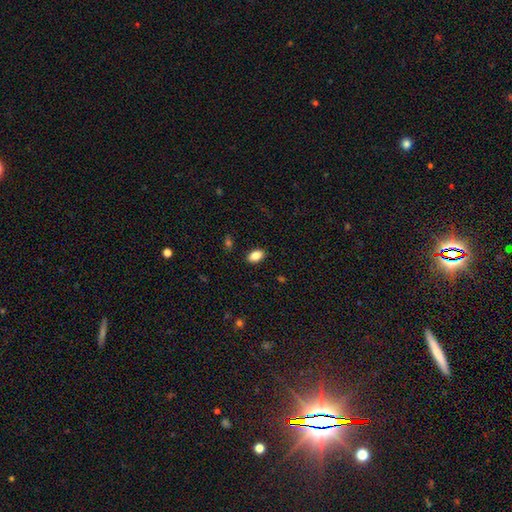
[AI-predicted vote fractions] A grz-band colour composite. It shows a smooth galaxy with no disk features (86%) that is in between round and cigar-shaped (90%). Merging: none (89%).